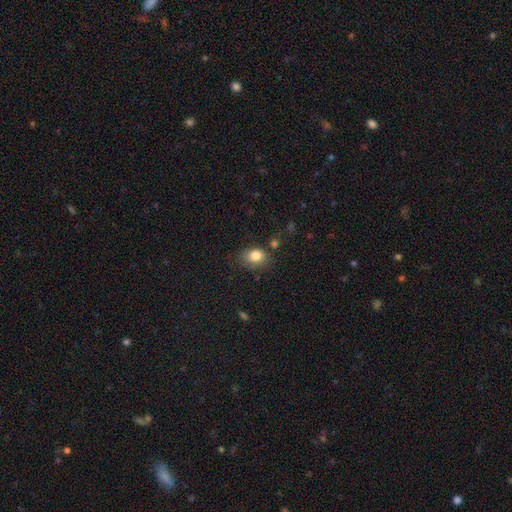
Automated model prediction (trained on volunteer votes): Smooth or featured: smooth — 83% (star or artifact — 10%)
How rounded: in between — 61% (round — 38%)
Merging: none — 66% (minor disturbance — 22%)